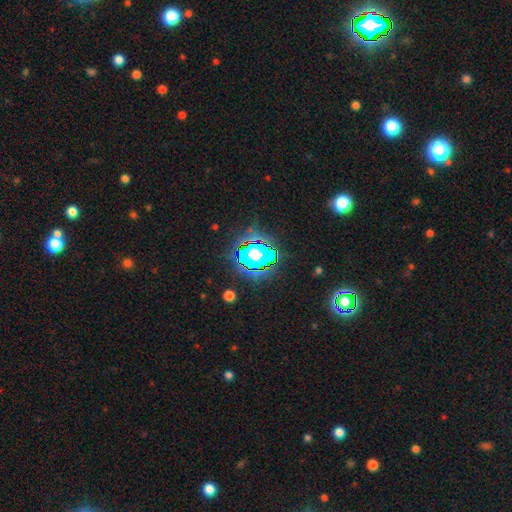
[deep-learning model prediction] Smooth or featured?
  - star or artifact: 51% *
  - smooth: 31%
  - featured or disk: 17%